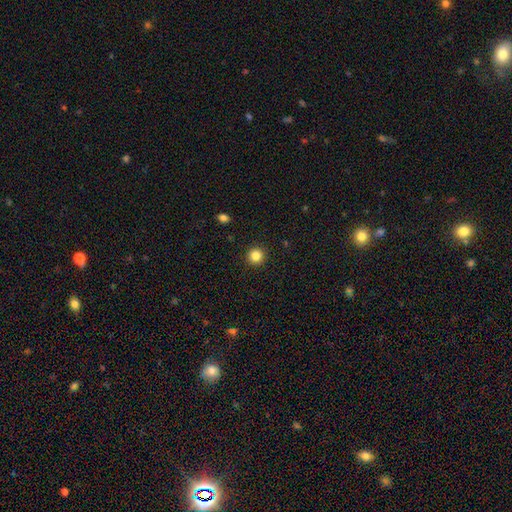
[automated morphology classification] Q: Smooth or featured?
A: smooth (84%); runner-up: star or artifact (11%)
Q: How rounded?
A: round (95%); runner-up: in between (4%)
Q: Merging?
A: none (93%); runner-up: minor disturbance (5%)